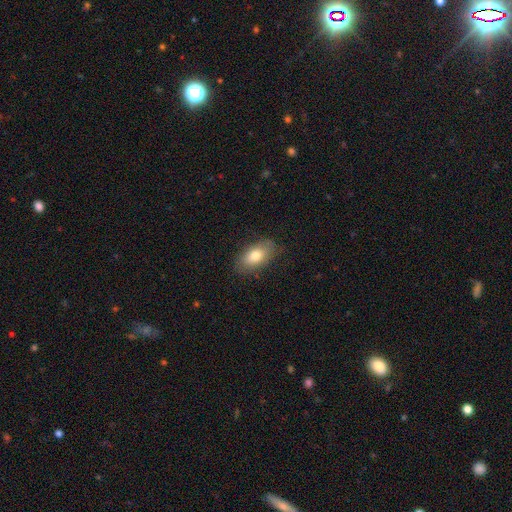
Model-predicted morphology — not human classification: Smooth or featured? Predicted: smooth (p=0.77). How rounded? Predicted: in between (p=0.90). Merging? Predicted: none (p=0.81).